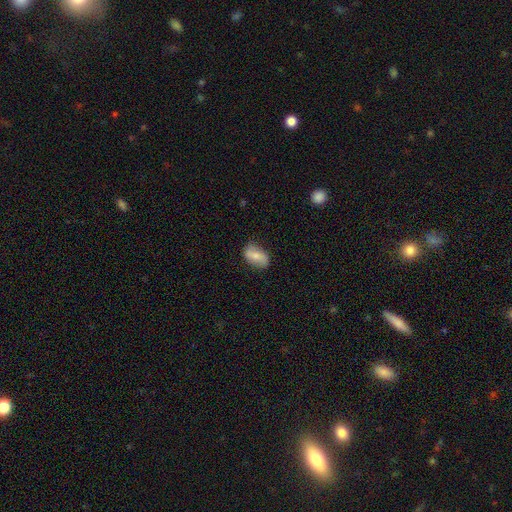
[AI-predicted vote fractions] Smooth or featured: smooth — 55% (featured or disk — 38%)
How rounded: in between — 89% (round — 8%)
Merging: none — 78% (minor disturbance — 17%)